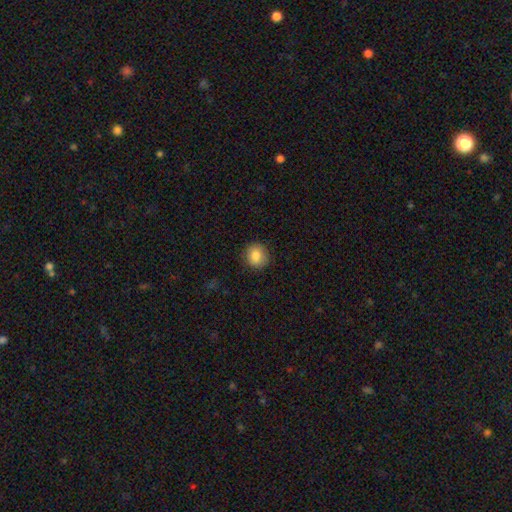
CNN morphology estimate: smooth-or-featured: smooth: 84% | star or artifact: 9% | featured or disk: 7%
  how-rounded: round: 85% | in between: 14% | cigar-shaped: 1%
  merging: none: 88% | minor disturbance: 9% | major disturbance: 2% | merger: 1%